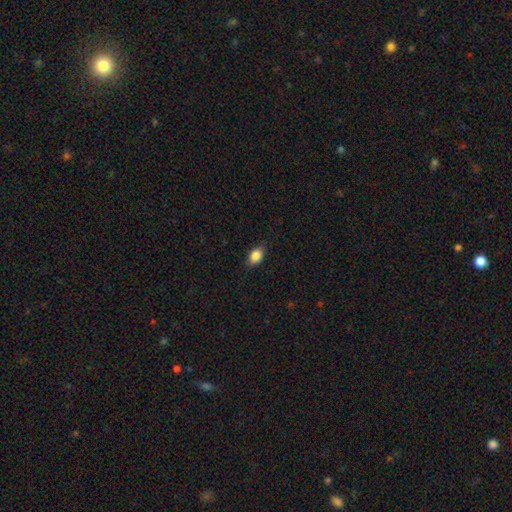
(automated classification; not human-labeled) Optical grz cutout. It shows a smooth galaxy with no disk features (87%) that is in between round and cigar-shaped (82%). Merging: none (85%).